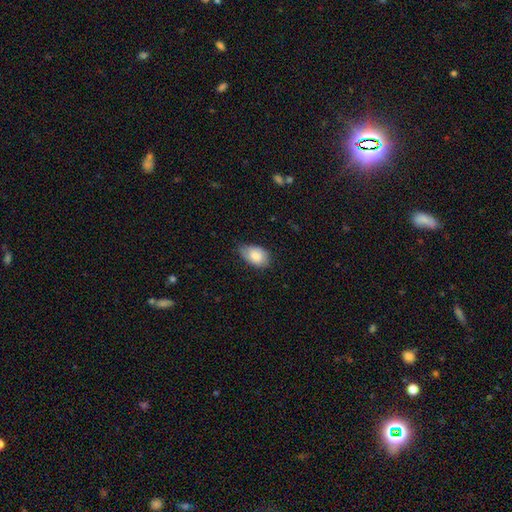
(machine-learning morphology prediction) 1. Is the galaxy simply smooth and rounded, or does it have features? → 83% smooth, 10% featured or disk, 6% star or artifact.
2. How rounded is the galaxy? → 89% in between, 10% round, 1% cigar-shaped.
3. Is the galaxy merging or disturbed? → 57% none, 36% minor disturbance, 6% major disturbance, 1% merger.